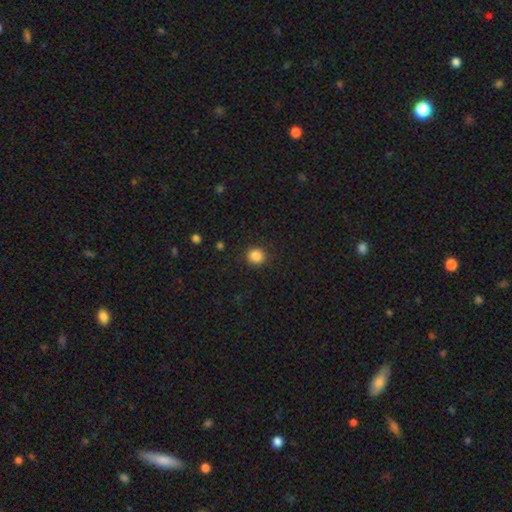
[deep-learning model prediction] The model was most divided on "smooth or featured": smooth: 86%, star or artifact: 11%, featured or disk: 3%. More confident: merging — none (90%); how rounded — round (88%).